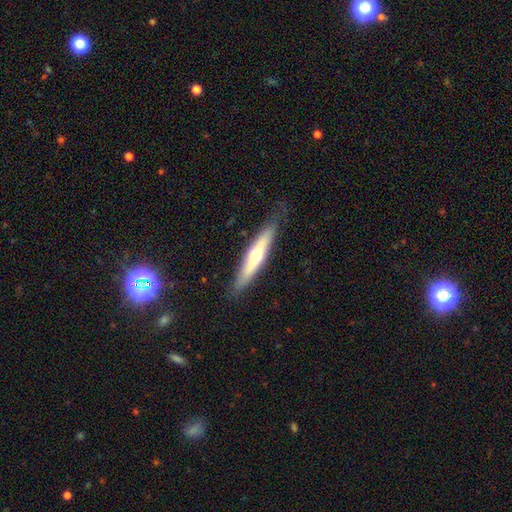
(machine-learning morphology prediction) Smooth or featured?
  - featured or disk: 49% *
  - smooth: 46%
  - star or artifact: 6%
Merging?
  - none: 82% *
  - minor disturbance: 13%
  - major disturbance: 3%
  - merger: 1%